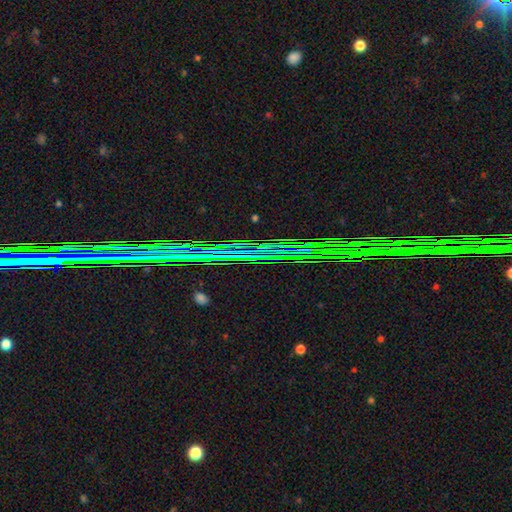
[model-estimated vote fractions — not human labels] A star or artifact, not a galaxy (84%).

Vote fractions:
- Smooth or featured? star or artifact: 84% / featured or disk: 10% / smooth: 6%